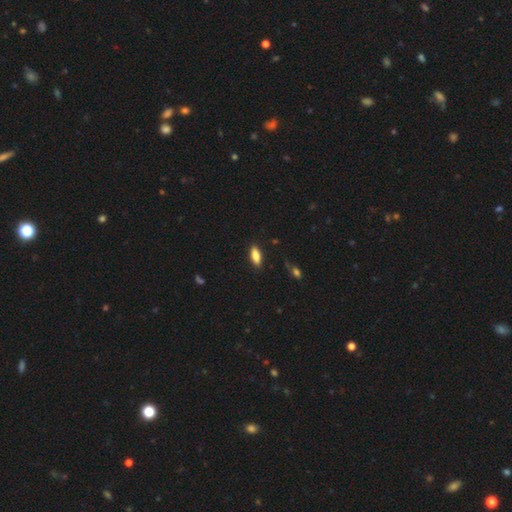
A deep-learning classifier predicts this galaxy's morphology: This appears to be a smooth galaxy with no disk features (85%) that is in between round and cigar-shaped (77%). Merging: none (86%).